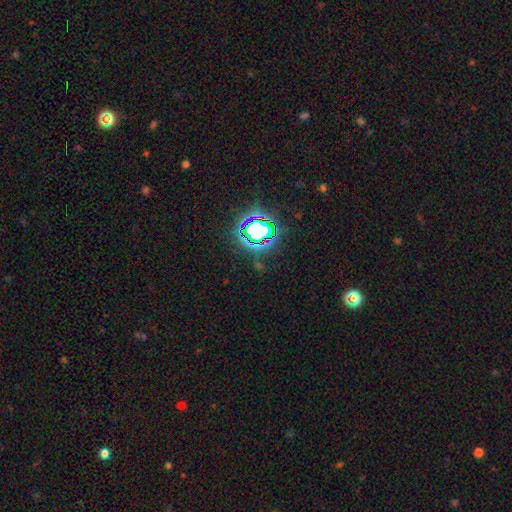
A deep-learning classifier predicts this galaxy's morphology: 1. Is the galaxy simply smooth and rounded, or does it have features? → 80% star or artifact, 13% smooth, 7% featured or disk.